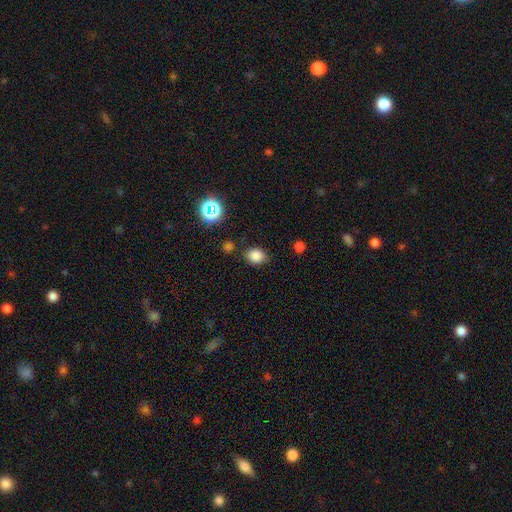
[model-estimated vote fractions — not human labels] Smooth or featured? smooth (82%)
How rounded? round (50%)
Merging? none (80%)